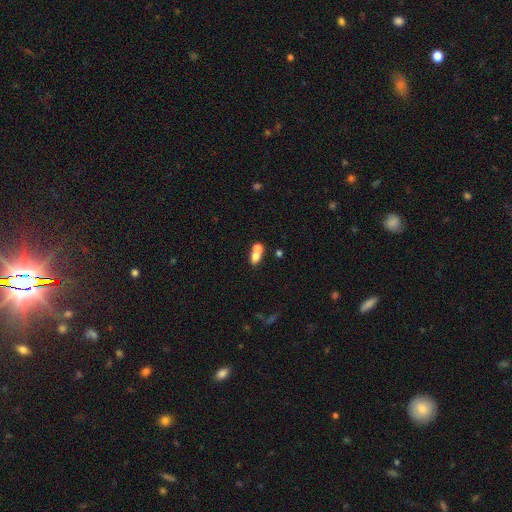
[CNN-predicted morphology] Smooth or featured: smooth — 71% (featured or disk — 17%)
How rounded: in between — 68% (round — 29%)
Merging: merger — 61% (none — 28%)